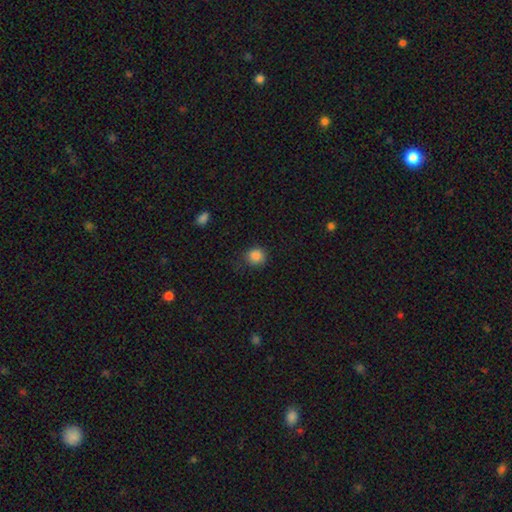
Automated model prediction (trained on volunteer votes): smooth-or-featured: smooth: 86% | star or artifact: 11% | featured or disk: 4%
  how-rounded: round: 88% | in between: 11% | cigar-shaped: 1%
  merging: none: 80% | minor disturbance: 15% | major disturbance: 4% | merger: 1%